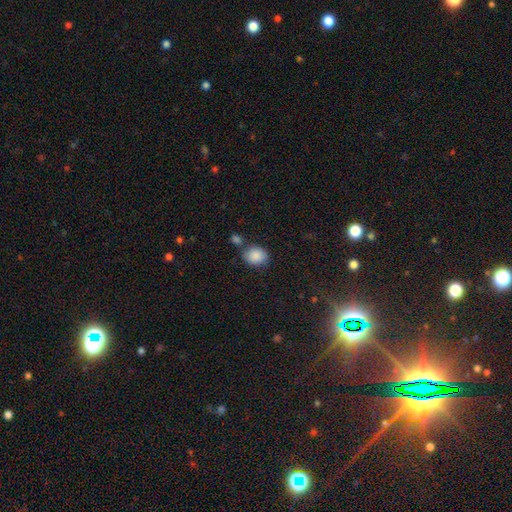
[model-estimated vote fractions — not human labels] A smooth galaxy with no disk features (88%) that is round (57%). Merging: none (68%).